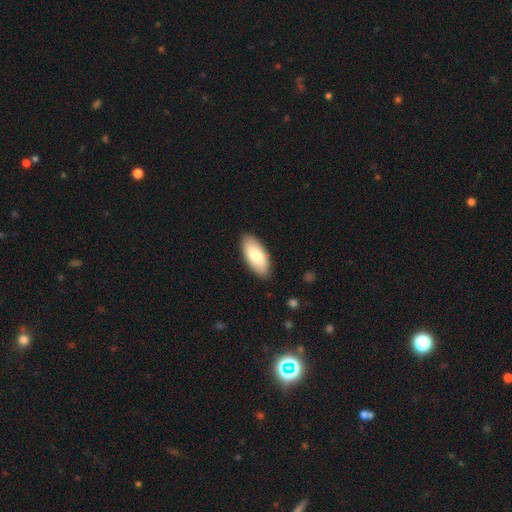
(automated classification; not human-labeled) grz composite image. It shows a smooth galaxy with no disk features (81%) that is in between round and cigar-shaped (90%). Merging: none (87%).